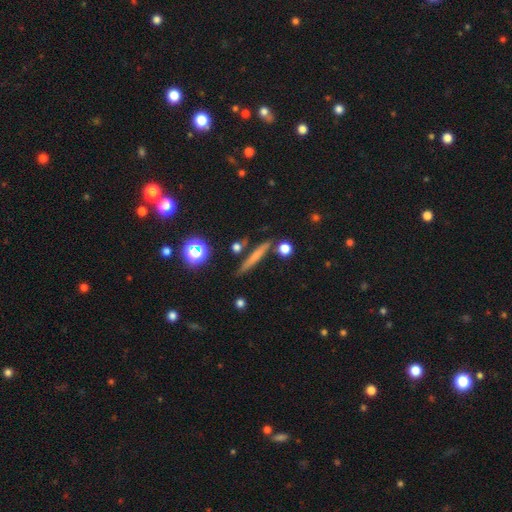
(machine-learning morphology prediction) Smooth or featured? smooth (58%)
How rounded? cigar-shaped (90%)
Merging? none (84%)